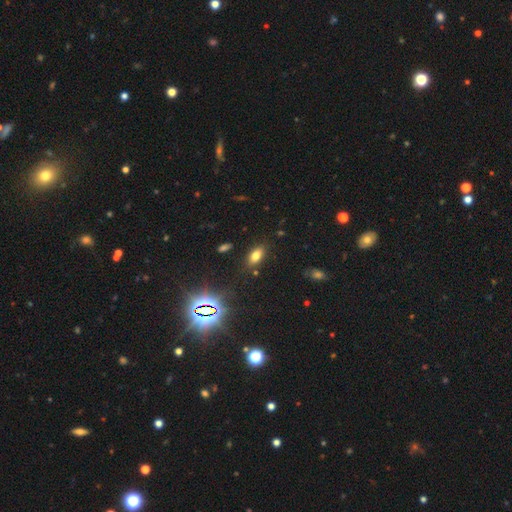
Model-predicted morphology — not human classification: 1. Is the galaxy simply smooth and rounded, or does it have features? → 71% smooth, 19% star or artifact, 11% featured or disk.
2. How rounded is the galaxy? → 87% in between, 7% cigar-shaped, 6% round.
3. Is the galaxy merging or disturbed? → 84% none, 11% minor disturbance, 3% major disturbance, 3% merger.